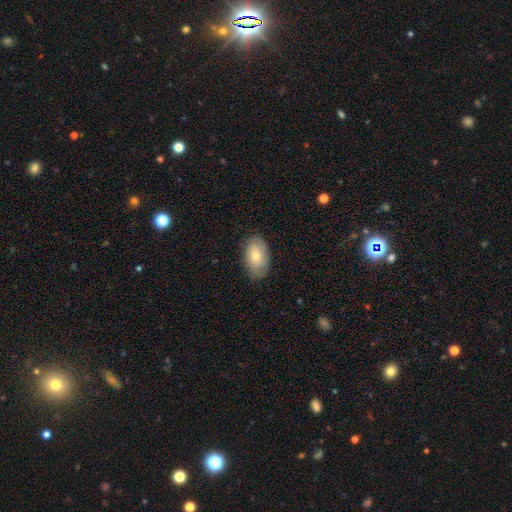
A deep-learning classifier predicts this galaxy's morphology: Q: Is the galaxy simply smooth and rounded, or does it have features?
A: smooth — 69%.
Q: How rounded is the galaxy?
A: in between — 93%.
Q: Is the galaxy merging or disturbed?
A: none — 82%.